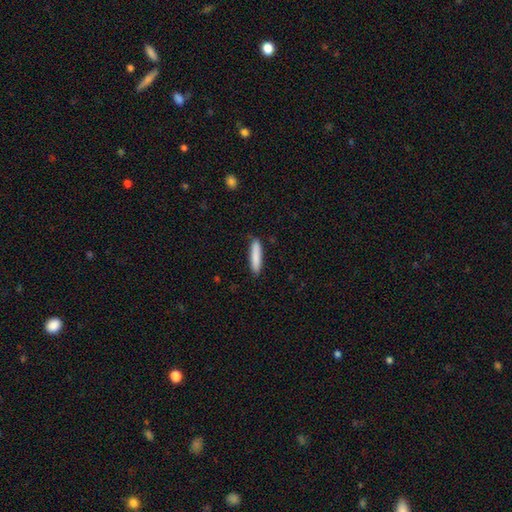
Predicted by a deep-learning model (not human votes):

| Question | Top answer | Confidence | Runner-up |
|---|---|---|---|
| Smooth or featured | smooth | 86% | featured or disk (8%) |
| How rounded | cigar-shaped | 85% | in between (13%) |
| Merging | none | 87% | minor disturbance (10%) |